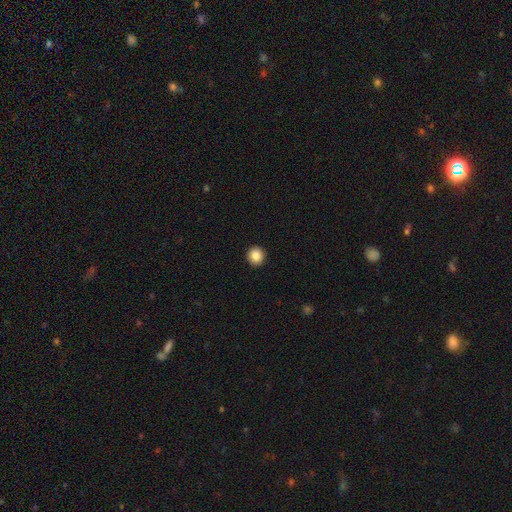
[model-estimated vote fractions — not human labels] Overall: smooth (86%). How rounded: round (93%). Merging: none (93%).